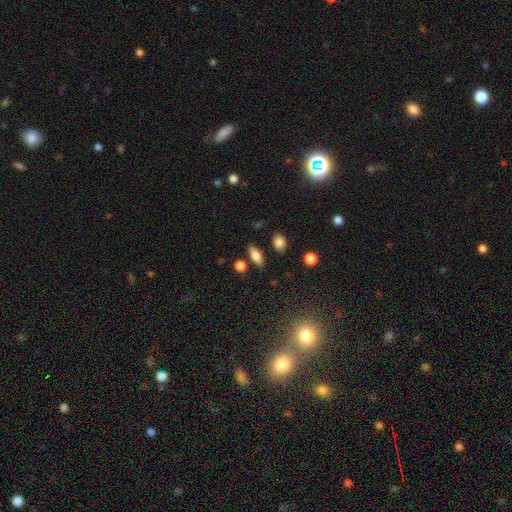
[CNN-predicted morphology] This is likely a smooth galaxy (78%). How rounded: likely in between (76%). Merging: clearly none (83%).